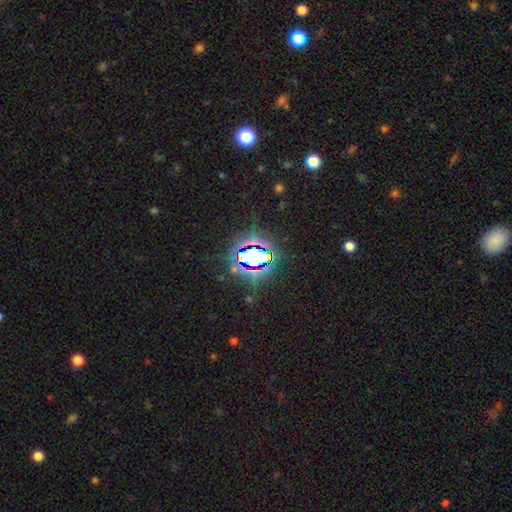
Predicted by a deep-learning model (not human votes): smooth_or_featured: star or artifact (p=0.69) [alt: smooth p=0.19]